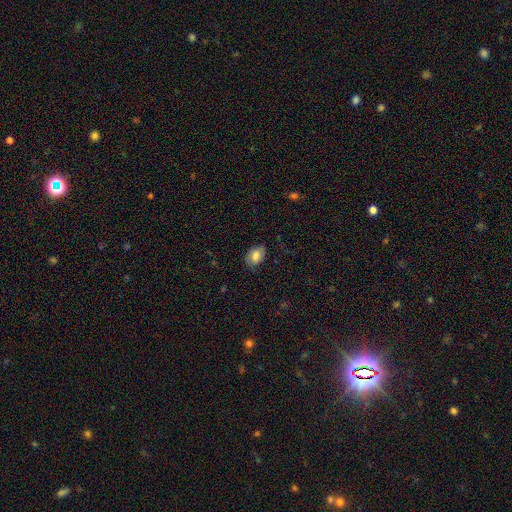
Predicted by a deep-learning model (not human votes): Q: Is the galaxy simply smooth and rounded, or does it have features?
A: smooth — 71%.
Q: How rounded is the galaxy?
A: in between — 80%.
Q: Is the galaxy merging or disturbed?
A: none — 70%.